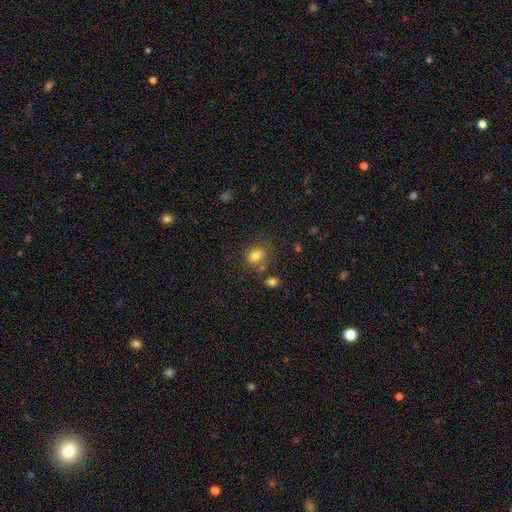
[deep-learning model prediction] A smooth galaxy with no disk features (80%) that is round (63%).

Vote fractions:
- Smooth or featured? smooth: 80% / star or artifact: 12% / featured or disk: 7%
- How rounded? round: 63% / in between: 36% / cigar-shaped: 1%
- Merging? none: 70% / minor disturbance: 13% / merger: 12% / major disturbance: 5%